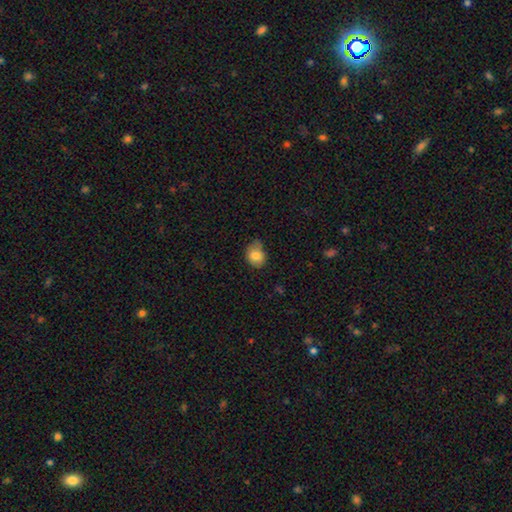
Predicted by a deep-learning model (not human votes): Q: Smooth or featured?
A: smooth (80%); runner-up: featured or disk (10%)
Q: How rounded?
A: in between (52%); runner-up: round (47%)
Q: Merging?
A: none (48%); runner-up: minor disturbance (40%)